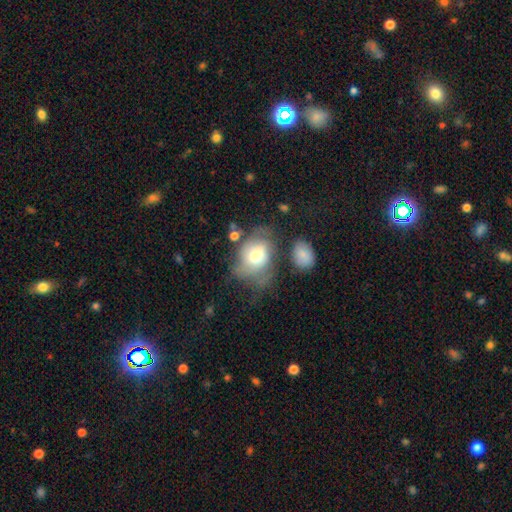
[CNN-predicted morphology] smooth_or_featured: smooth (p=0.62) [alt: featured or disk p=0.30]
how_rounded: in between (p=0.56) [alt: round p=0.43]
merging: none (p=0.35) [alt: major disturbance p=0.28]